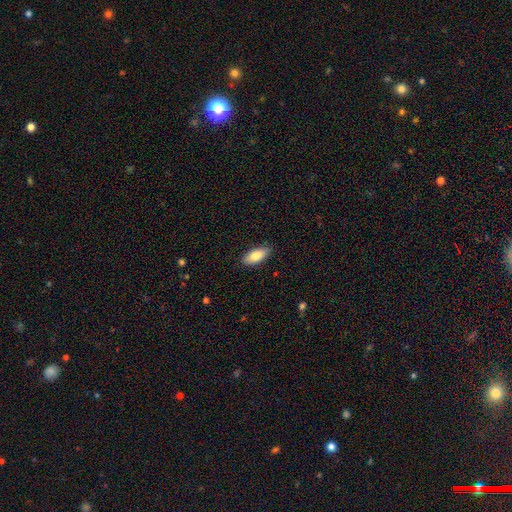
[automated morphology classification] This appears to be a smooth galaxy with no disk features (82%) that is in between round and cigar-shaped (85%). Merging: none (88%).